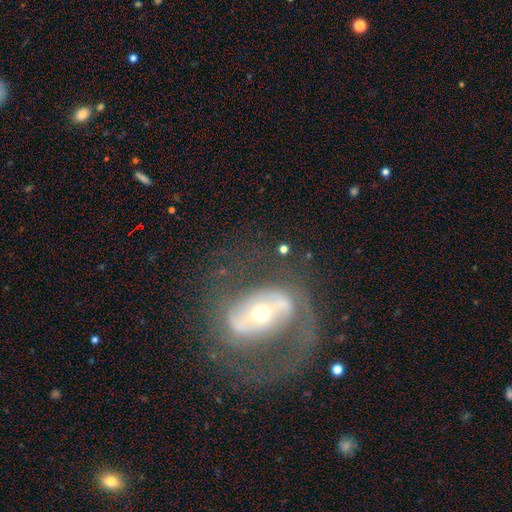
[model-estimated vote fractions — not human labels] Morphology: type=featured or disk (77%); edge-on=no (95%); bar=no (43%); spiral arms=yes (71%); winding=medium (45%); arm count=2 (74%); bulge=moderate (50%); merging=none (58%).